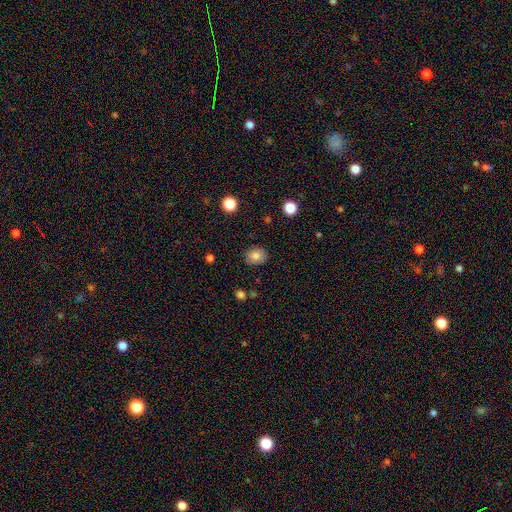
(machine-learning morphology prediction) This appears to be a smooth galaxy with no disk features (83%) that is round (61%). Merging: none (86%).